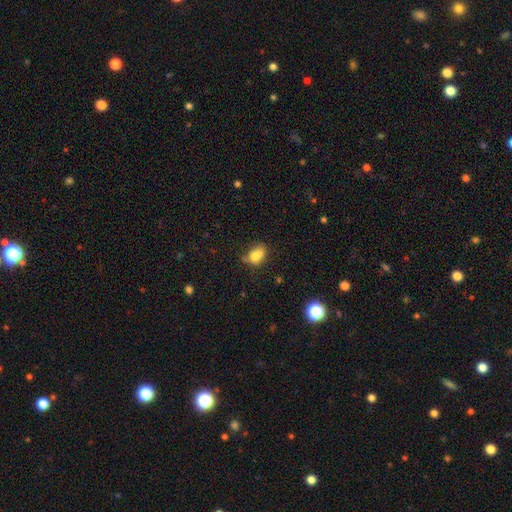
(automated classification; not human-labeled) smooth 74%, featured or disk 15%, star or artifact 12%. Down the decision tree: how rounded — in between (71%); merging — none (40%).